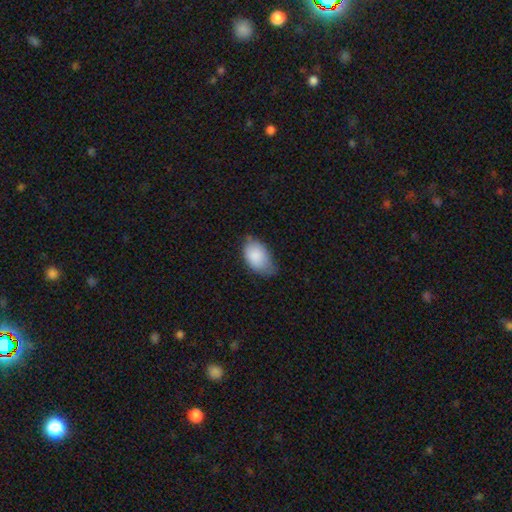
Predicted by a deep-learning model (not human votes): This is clearly a smooth galaxy (85%). How rounded: clearly in between (92%). Merging: marginally minor disturbance (44%, tied with none).